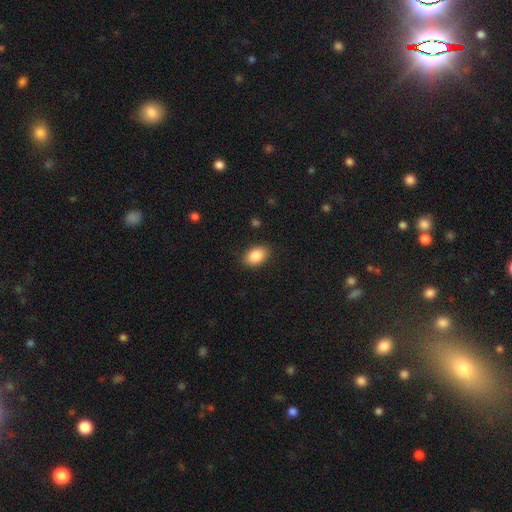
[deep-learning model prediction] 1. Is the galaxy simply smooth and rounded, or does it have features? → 88% smooth, 7% star or artifact, 5% featured or disk.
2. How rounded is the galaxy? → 85% in between, 14% round, 1% cigar-shaped.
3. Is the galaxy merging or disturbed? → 86% none, 10% minor disturbance, 3% major disturbance, 1% merger.